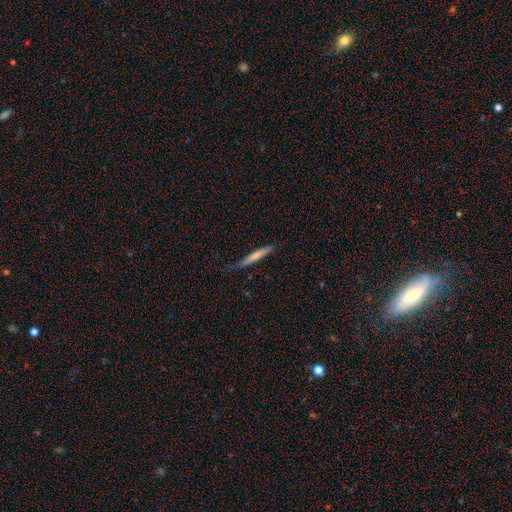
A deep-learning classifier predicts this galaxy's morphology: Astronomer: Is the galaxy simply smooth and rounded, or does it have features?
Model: smooth — 66%.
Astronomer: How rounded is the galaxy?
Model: cigar-shaped — 95%.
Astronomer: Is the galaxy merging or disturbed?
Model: none — 69%.